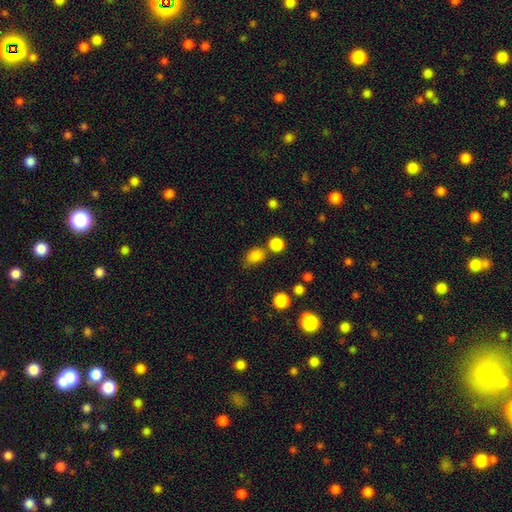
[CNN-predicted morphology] type=smooth (82%); roundness=in between (57%); merging=none (62%).